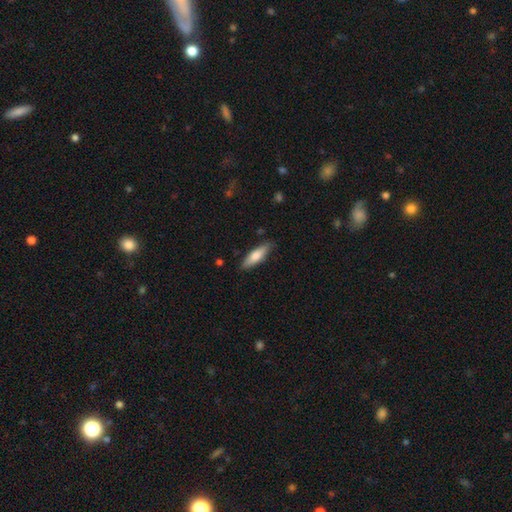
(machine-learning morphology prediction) The model was most divided on "how rounded": cigar-shaped: 59%, in between: 40%, round: 2%. More confident: merging — none (85%); smooth or featured — smooth (71%).